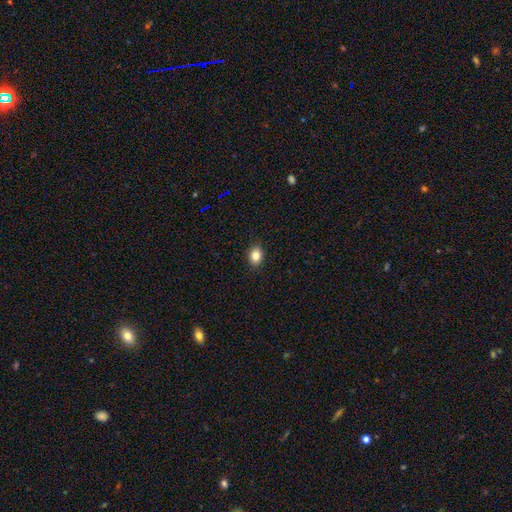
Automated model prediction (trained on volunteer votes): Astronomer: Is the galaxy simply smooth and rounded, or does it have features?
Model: smooth — 83%.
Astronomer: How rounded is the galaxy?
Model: in between — 64%.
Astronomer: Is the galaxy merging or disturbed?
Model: none — 90%.